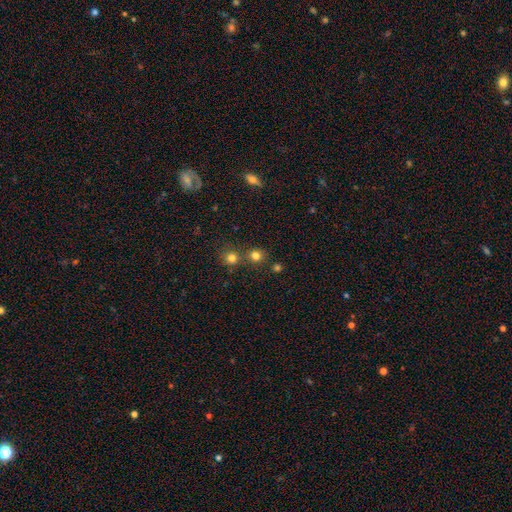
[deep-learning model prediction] A smooth galaxy with no disk features (76%) that is round (89%). Merging: none (68%).